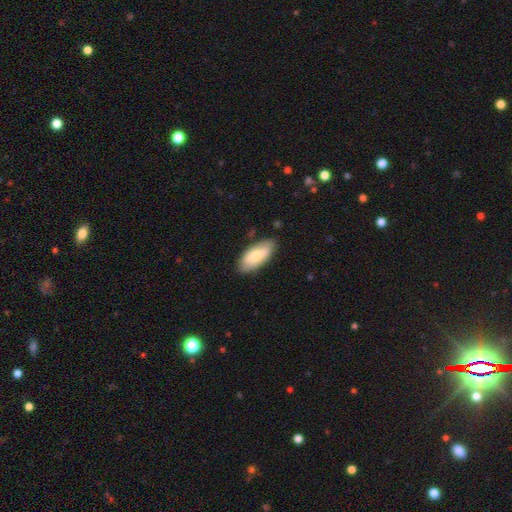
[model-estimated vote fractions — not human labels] Overall: smooth (72%). How rounded: in between (87%). Merging: none (80%).